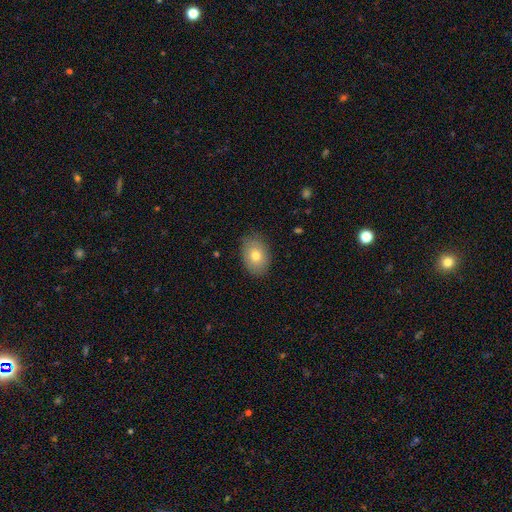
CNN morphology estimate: The model was most divided on "how rounded": in between: 78%, round: 21%, cigar-shaped: 1%. More confident: merging — none (82%); smooth or featured — smooth (75%).